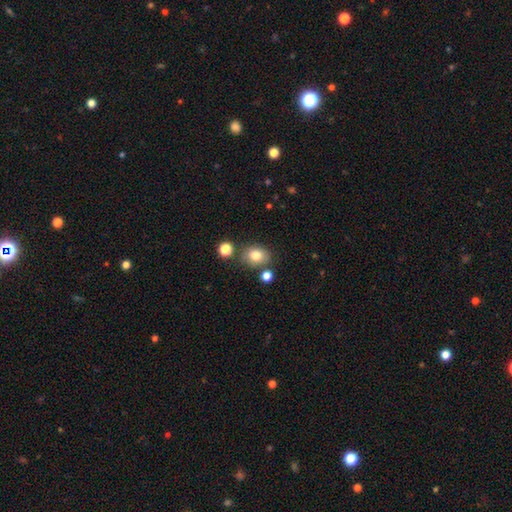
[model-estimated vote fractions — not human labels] Smooth or featured: smooth — 80% (star or artifact — 11%)
How rounded: round — 50% (in between — 49%)
Merging: none — 75% (minor disturbance — 13%)